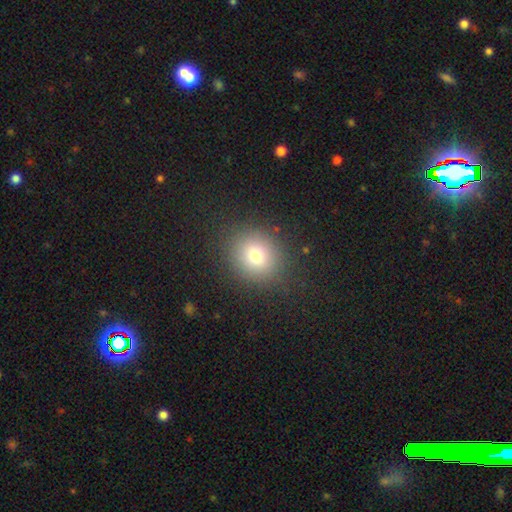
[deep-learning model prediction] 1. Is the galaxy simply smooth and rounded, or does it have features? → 76% smooth, 14% star or artifact, 10% featured or disk.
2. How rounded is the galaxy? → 79% round, 20% in between, 1% cigar-shaped.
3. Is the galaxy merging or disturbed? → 87% none, 8% minor disturbance, 4% major disturbance, 1% merger.